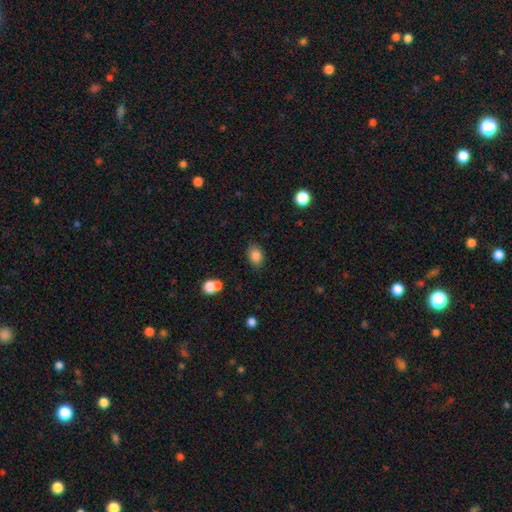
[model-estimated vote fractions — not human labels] Overall: smooth (85%). How rounded: in between (70%). Merging: none (79%).